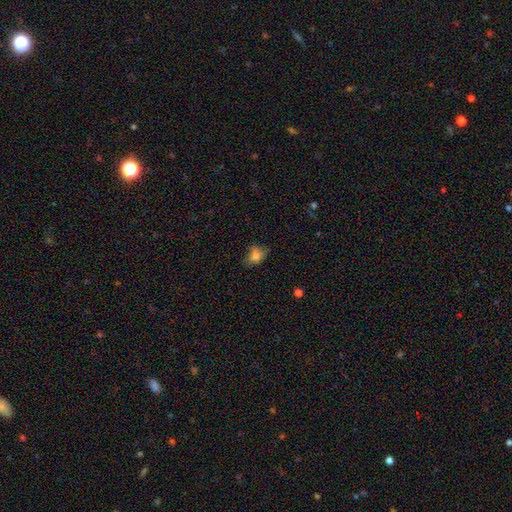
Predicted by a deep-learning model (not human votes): Q: Smooth or featured?
A: smooth (75%); runner-up: featured or disk (13%)
Q: How rounded?
A: in between (63%); runner-up: round (35%)
Q: Merging?
A: none (55%); runner-up: minor disturbance (30%)